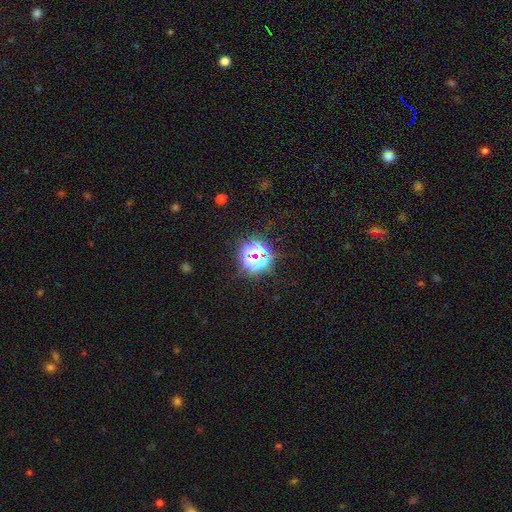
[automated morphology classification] Smooth or featured? star or artifact (72%)